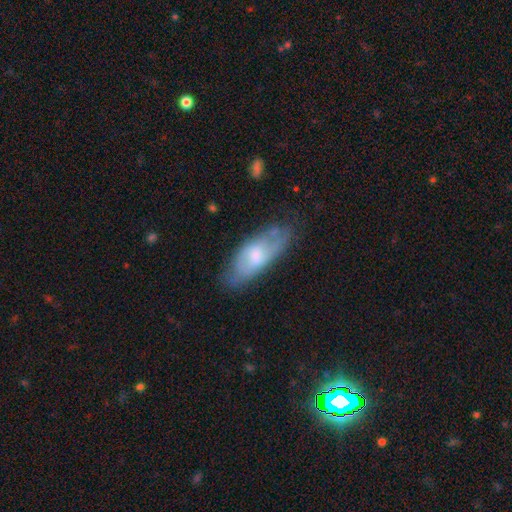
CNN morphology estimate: A smooth galaxy with no disk features (47%).

Vote fractions:
- Smooth or featured? smooth: 47% / featured or disk: 46% / star or artifact: 7%
- Merging? none: 65% / minor disturbance: 25% / major disturbance: 8% / merger: 2%